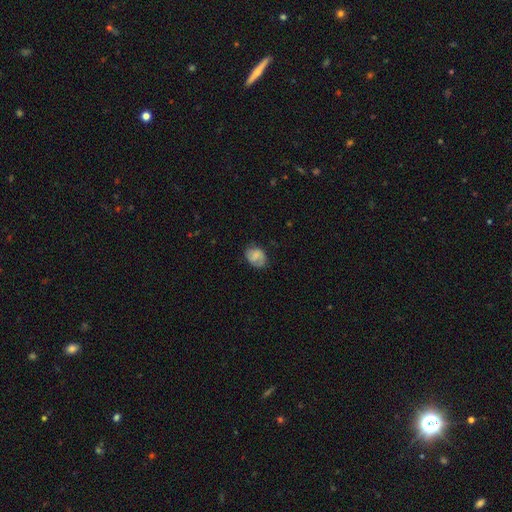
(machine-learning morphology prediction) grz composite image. It shows a smooth galaxy with no disk features (59%) that is in between round and cigar-shaped (57%). Merging: none (64%).